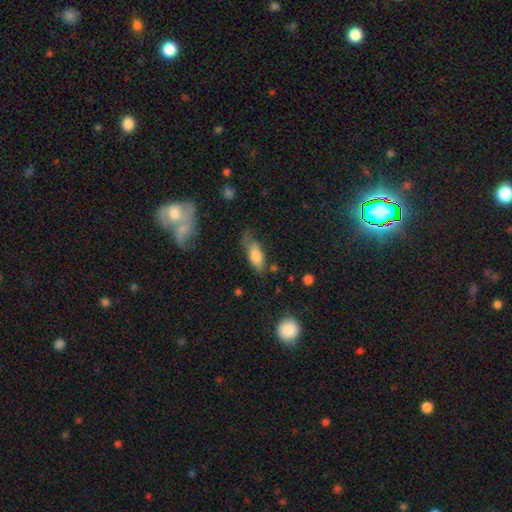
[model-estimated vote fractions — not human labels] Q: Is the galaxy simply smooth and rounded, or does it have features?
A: smooth — 76%.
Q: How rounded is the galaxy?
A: in between — 76%.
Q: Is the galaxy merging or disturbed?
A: none — 51%.